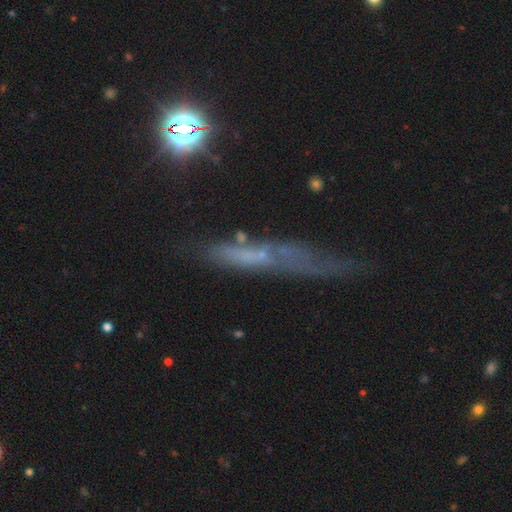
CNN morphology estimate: A featured or disk galaxy (45%).

Vote fractions:
- Smooth or featured? featured or disk: 45% / smooth: 35% / star or artifact: 20%
- Merging? none: 51% / minor disturbance: 26% / major disturbance: 17% / merger: 6%